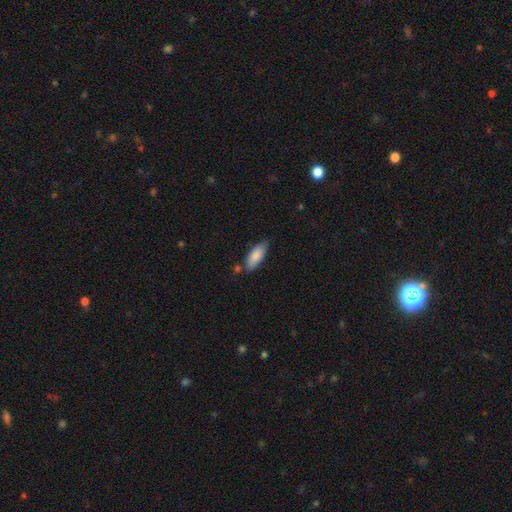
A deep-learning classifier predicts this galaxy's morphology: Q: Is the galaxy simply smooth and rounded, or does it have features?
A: smooth — 83%.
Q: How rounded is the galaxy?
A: in between — 75%.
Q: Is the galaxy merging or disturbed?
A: none — 69%.